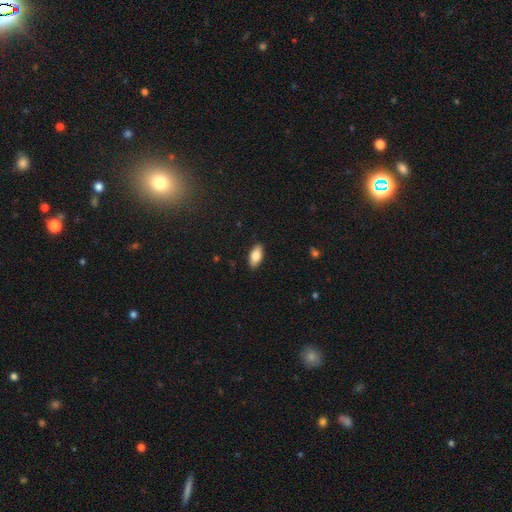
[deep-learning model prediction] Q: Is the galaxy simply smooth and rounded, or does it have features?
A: smooth — 80%.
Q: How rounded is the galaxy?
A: in between — 89%.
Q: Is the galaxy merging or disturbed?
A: none — 89%.